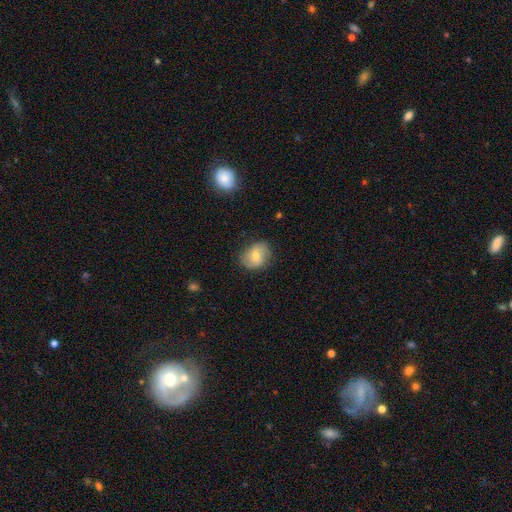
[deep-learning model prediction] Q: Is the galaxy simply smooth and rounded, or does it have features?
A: smooth — 64%.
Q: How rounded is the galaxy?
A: in between — 58%.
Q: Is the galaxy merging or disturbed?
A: none — 72%.